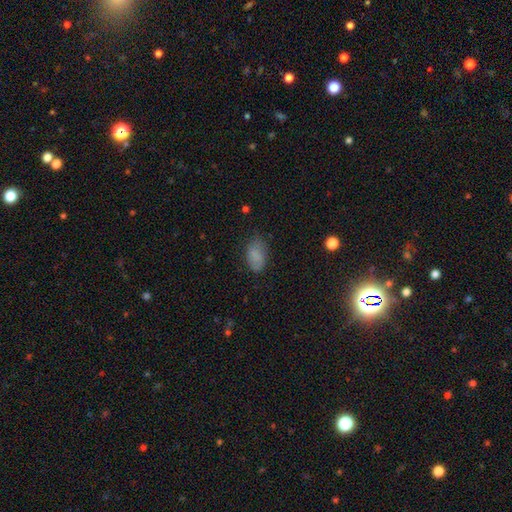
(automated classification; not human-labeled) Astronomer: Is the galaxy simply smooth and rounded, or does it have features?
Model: smooth — 83%.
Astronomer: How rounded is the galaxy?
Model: in between — 92%.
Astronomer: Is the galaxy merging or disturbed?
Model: none — 71%.